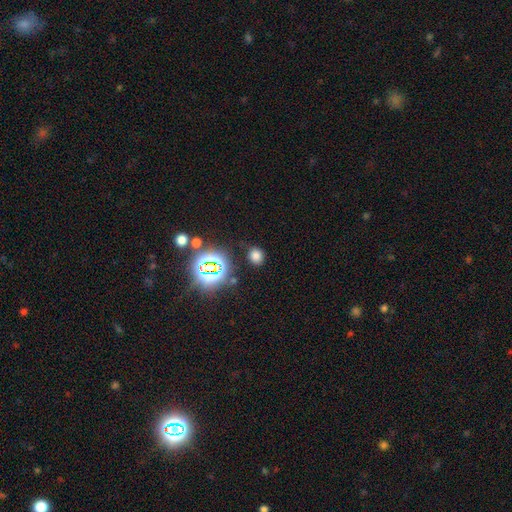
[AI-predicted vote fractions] Smooth or featured? smooth (70%)
How rounded? round (63%)
Merging? none (84%)